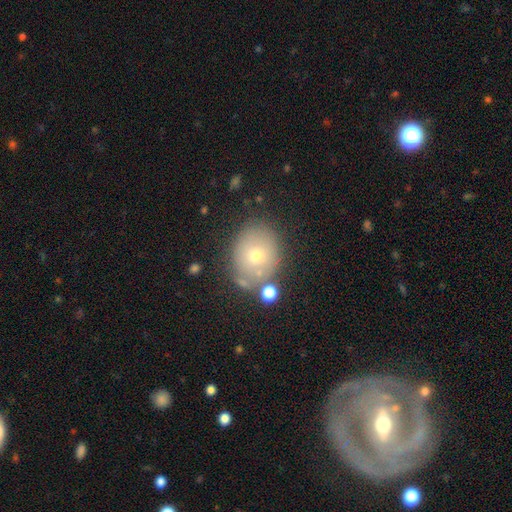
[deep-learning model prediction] Smooth or featured: smooth — 62% (featured or disk — 25%)
How rounded: round — 59% (in between — 40%)
Merging: none — 70% (minor disturbance — 16%)